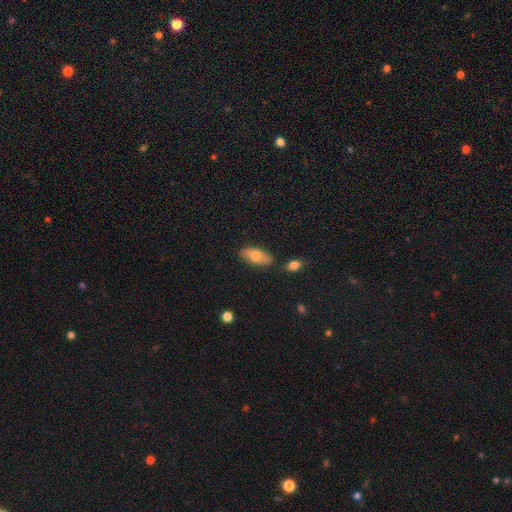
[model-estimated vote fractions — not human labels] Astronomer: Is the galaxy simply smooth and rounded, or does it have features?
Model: smooth — 69%.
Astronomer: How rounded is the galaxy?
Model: in between — 86%.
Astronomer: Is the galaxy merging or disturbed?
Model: none — 79%.